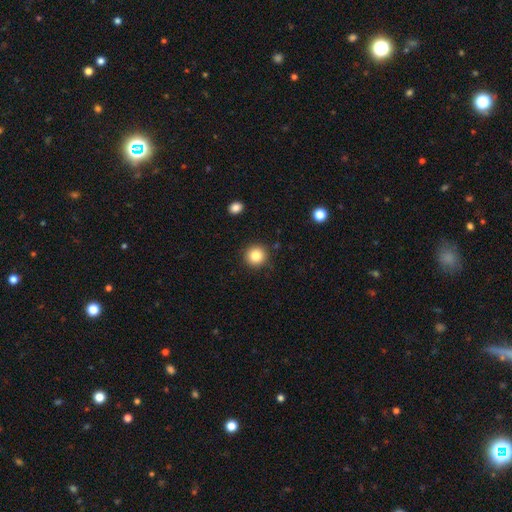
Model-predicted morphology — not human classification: The model was most divided on "smooth or featured": smooth: 83%, star or artifact: 10%, featured or disk: 6%. More confident: how rounded — round (94%); merging — none (90%).